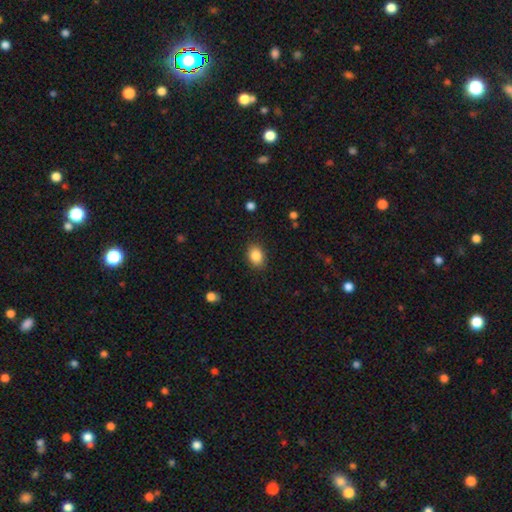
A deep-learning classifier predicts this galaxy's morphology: Smooth or featured? Predicted: smooth (p=0.86). How rounded? Predicted: in between (p=0.68). Merging? Predicted: none (p=0.86).